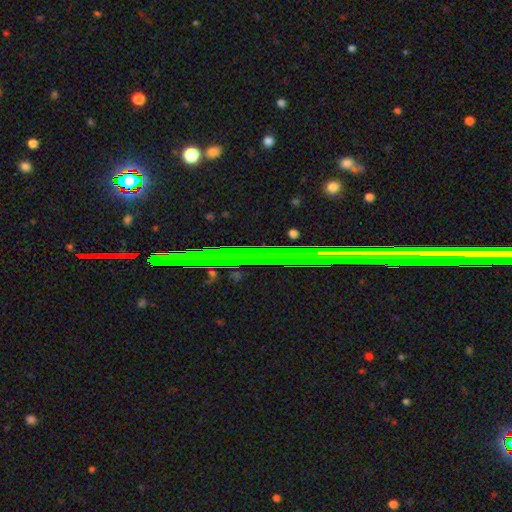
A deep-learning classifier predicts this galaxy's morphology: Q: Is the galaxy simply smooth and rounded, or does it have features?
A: star or artifact — 63%.